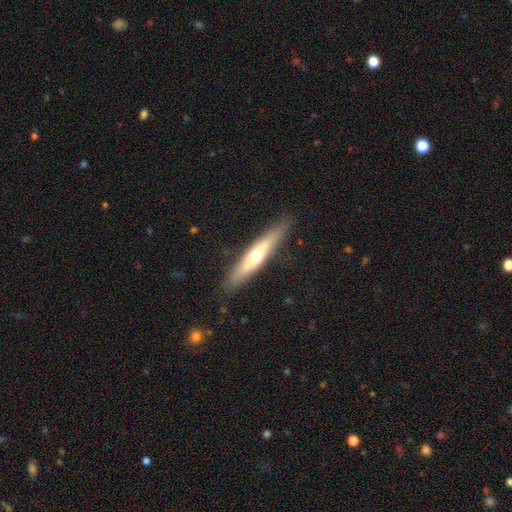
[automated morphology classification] type=featured or disk (51%); edge-on=yes (80%); merging=none (78%).